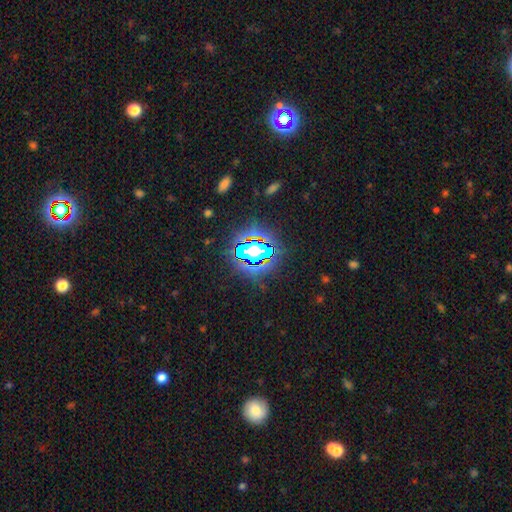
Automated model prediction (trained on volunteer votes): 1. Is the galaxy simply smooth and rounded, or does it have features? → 77% star or artifact, 14% smooth, 10% featured or disk.